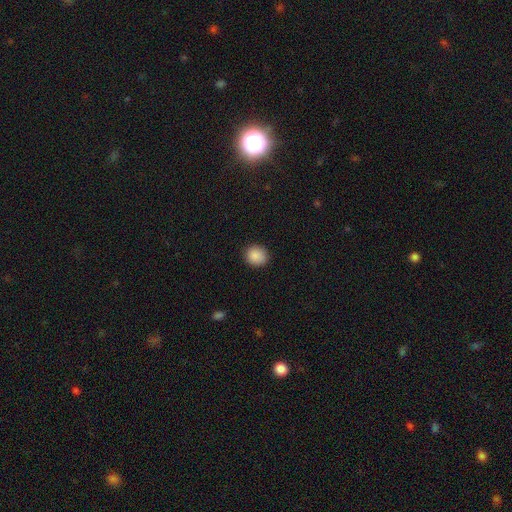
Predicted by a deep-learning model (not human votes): A smooth galaxy with no disk features (88%) that is round (80%). Merging: none (89%).